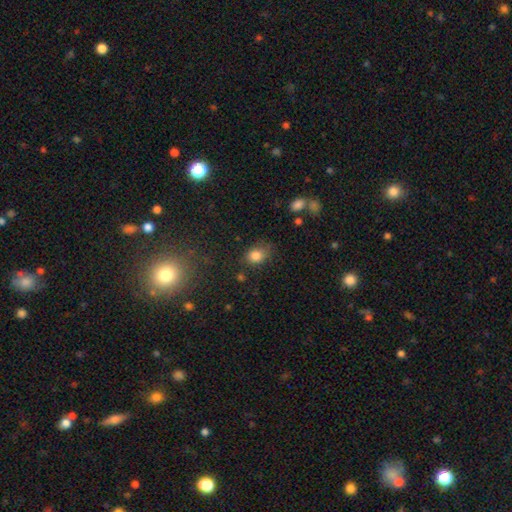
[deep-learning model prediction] Smooth or featured? Predicted: smooth (p=0.82). How rounded? Predicted: in between (p=0.54). Merging? Predicted: none (p=0.63).